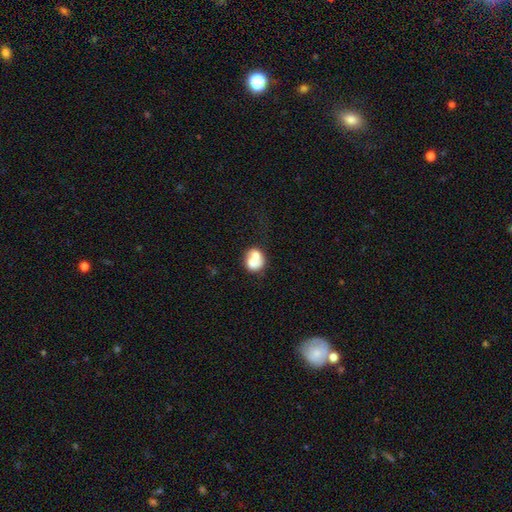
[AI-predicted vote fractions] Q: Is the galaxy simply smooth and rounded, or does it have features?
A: smooth — 62%.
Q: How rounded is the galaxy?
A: round — 60%.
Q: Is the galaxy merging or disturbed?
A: merger — 54%.